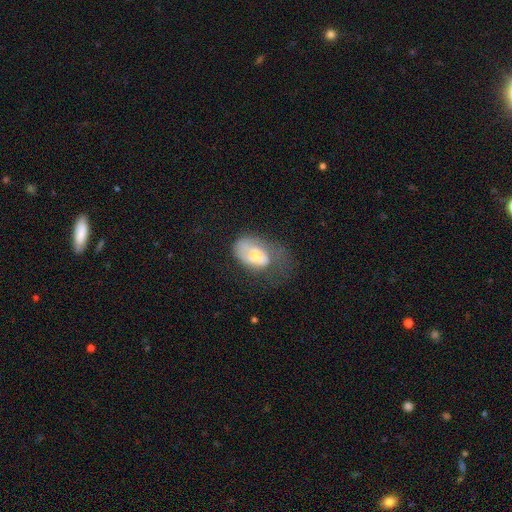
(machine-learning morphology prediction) The model was most divided on "smooth or featured": smooth: 53%, featured or disk: 39%, star or artifact: 8%. Remaining: how rounded — in between (88%); merging — major disturbance (47%).